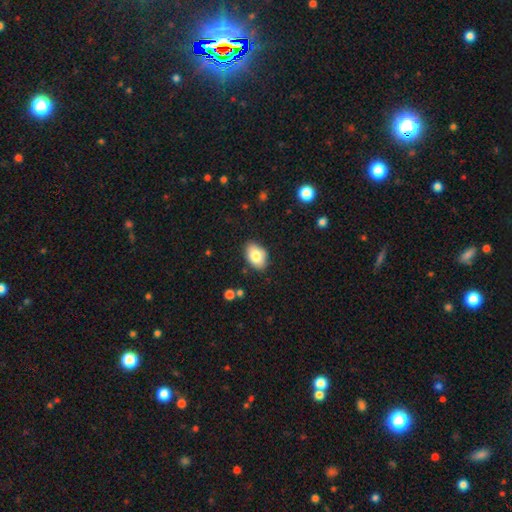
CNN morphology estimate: smooth 81%, featured or disk 12%, star or artifact 7%. Down the decision tree: how rounded — in between (88%); merging — none (85%).